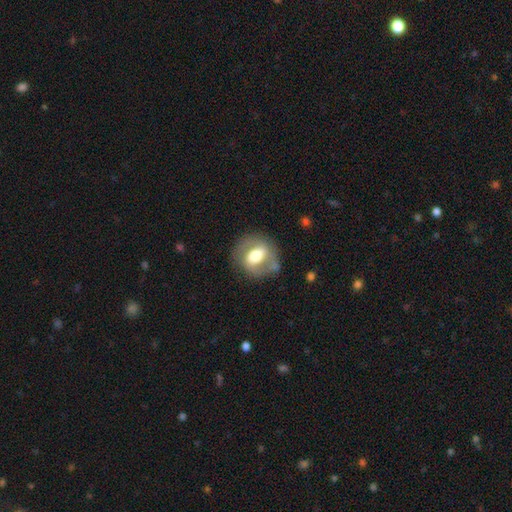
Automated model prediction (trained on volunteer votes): smooth-or-featured: featured or disk: 59% | smooth: 35% | star or artifact: 6%
  disk-edge-on: no: 95% | yes: 5%
    bar: weak: 40% | strong: 34% | no: 26%
    has-spiral-arms: yes: 64% | no: 36%
    bulge-size: moderate: 52% | large: 36% | small: 7% | dominant: 4% | none: 1%
  merging: none: 72% | minor disturbance: 17% | major disturbance: 9% | merger: 2%